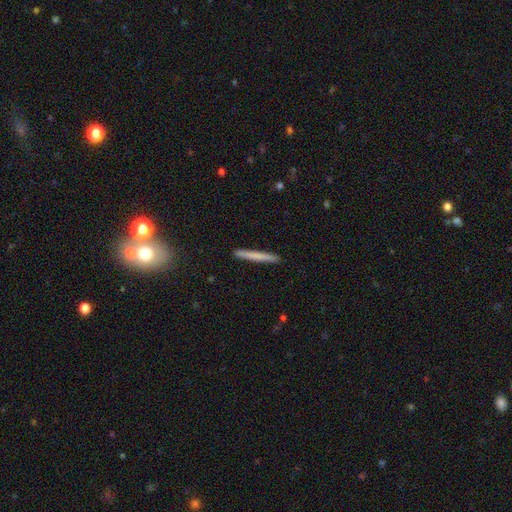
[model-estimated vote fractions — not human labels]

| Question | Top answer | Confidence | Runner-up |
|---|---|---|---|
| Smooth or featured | smooth | 68% | featured or disk (25%) |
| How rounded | cigar-shaped | 97% | in between (2%) |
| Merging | none | 92% | minor disturbance (6%) |